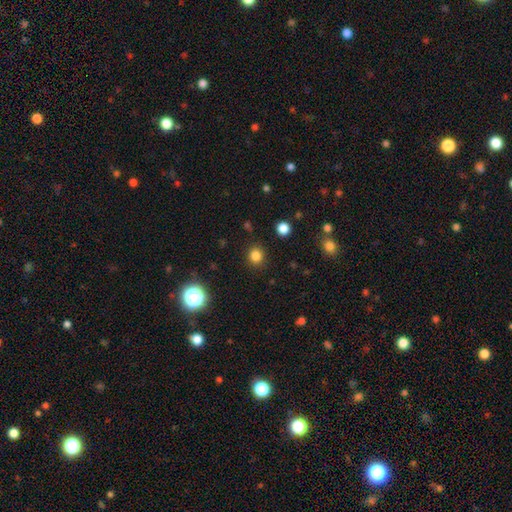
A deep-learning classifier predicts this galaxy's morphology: smooth 82%, star or artifact 14%, featured or disk 4%. Down the decision tree: how rounded — round (89%); merging — none (89%).